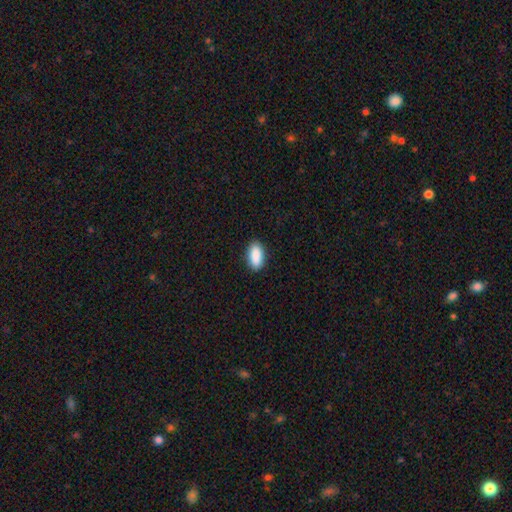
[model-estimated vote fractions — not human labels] smooth_or_featured: smooth (p=0.90) [alt: star or artifact p=0.06]
how_rounded: in between (p=0.91) [alt: cigar-shaped p=0.06]
merging: none (p=0.89) [alt: minor disturbance p=0.08]